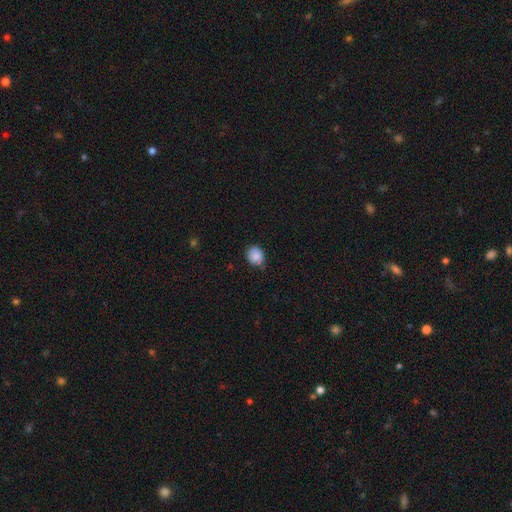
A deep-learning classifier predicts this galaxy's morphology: Q: Smooth or featured?
A: smooth (85%); runner-up: star or artifact (9%)
Q: How rounded?
A: round (71%); runner-up: in between (28%)
Q: Merging?
A: none (67%); runner-up: minor disturbance (25%)